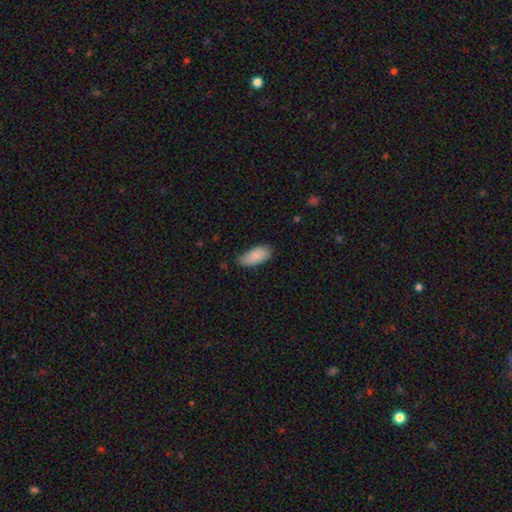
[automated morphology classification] Smooth or featured? smooth (84%)
How rounded? in between (91%)
Merging? none (68%)